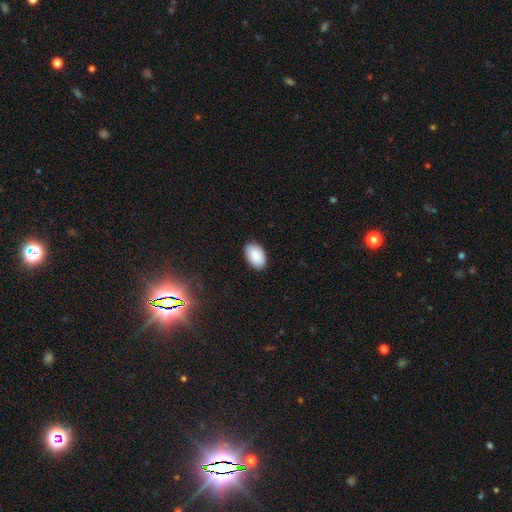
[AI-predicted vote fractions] smooth 88%, star or artifact 7%, featured or disk 5%. Down the decision tree: how rounded — in between (94%); merging — none (84%).